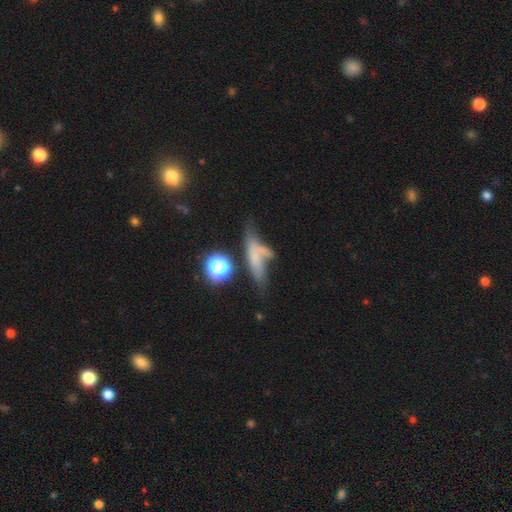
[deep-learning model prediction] smooth_or_featured: smooth (p=0.53) [alt: featured or disk p=0.30]
how_rounded: cigar-shaped (p=0.48) [alt: in between p=0.40]
merging: none (p=0.32) [alt: merger p=0.26]